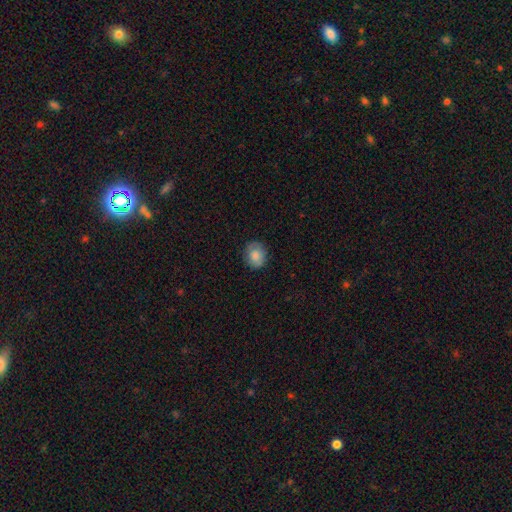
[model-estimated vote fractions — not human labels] This is clearly a smooth galaxy (82%). How rounded: likely round (65%). Merging: clearly none (83%).